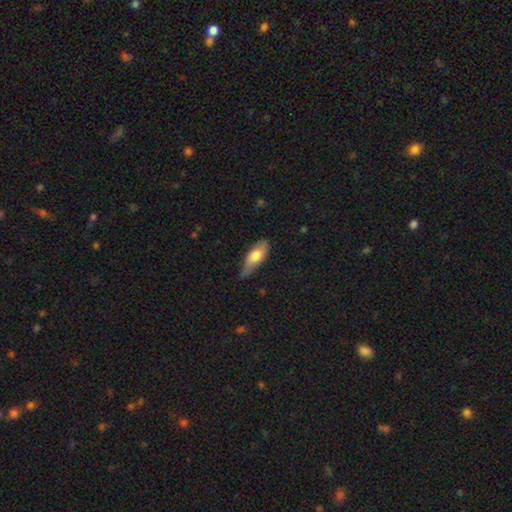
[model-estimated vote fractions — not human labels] smooth 63%, featured or disk 31%, star or artifact 6%. Down the decision tree: how rounded — in between (72%); merging — none (54%).